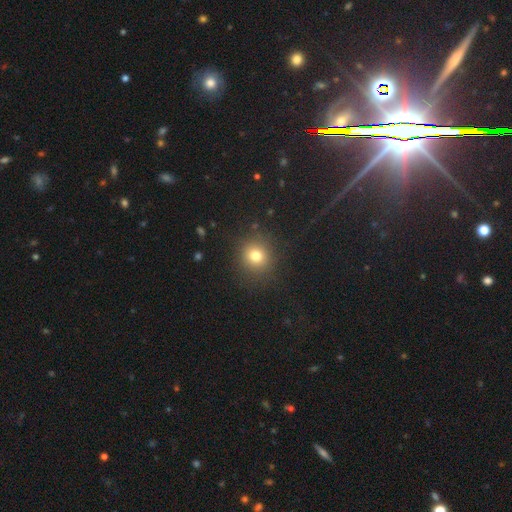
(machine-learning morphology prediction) Smooth or featured?
  - smooth: 77% *
  - star or artifact: 15%
  - featured or disk: 8%
How rounded?
  - round: 90% *
  - in between: 9%
  - cigar-shaped: 1%
Merging?
  - none: 88% *
  - minor disturbance: 7%
  - major disturbance: 3%
  - merger: 1%